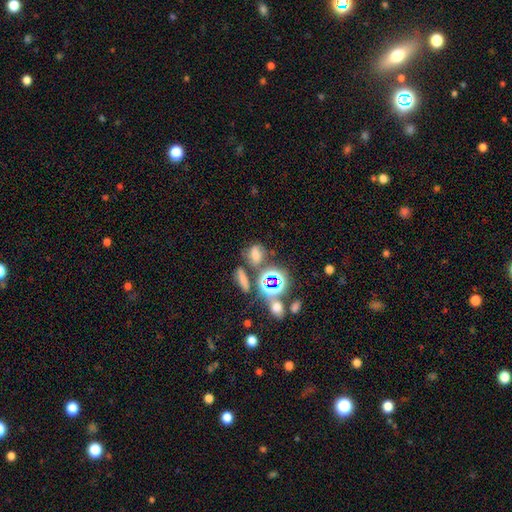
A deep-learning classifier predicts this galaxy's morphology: smooth_or_featured: smooth (p=0.57) [alt: star or artifact p=0.29]
how_rounded: in between (p=0.63) [alt: round p=0.33]
merging: none (p=0.53) [alt: merger p=0.21]